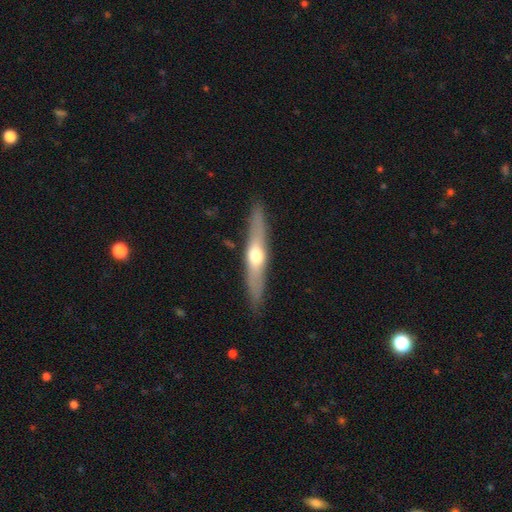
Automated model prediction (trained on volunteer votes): Q: Smooth or featured?
A: featured or disk (58%); runner-up: smooth (37%)
Q: Edge-on disk?
A: yes (89%); runner-up: no (11%)
Q: Edge-on bulge?
A: rounded (91%); runner-up: none (6%)
Q: Merging?
A: none (88%); runner-up: minor disturbance (9%)